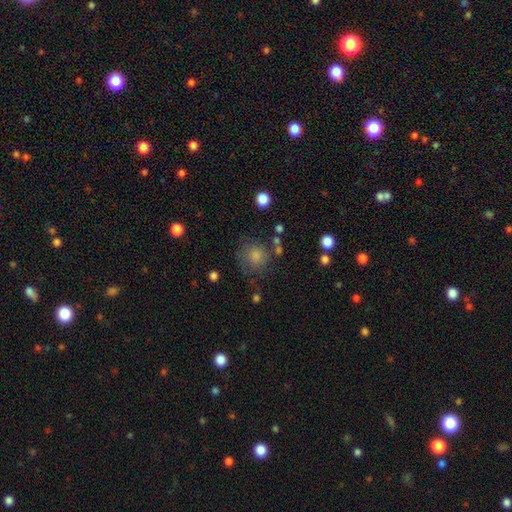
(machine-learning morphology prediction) The model was most divided on "merging": none: 64%, minor disturbance: 19%, major disturbance: 12%, merger: 5%. More confident: how rounded — round (87%); smooth or featured — smooth (79%).